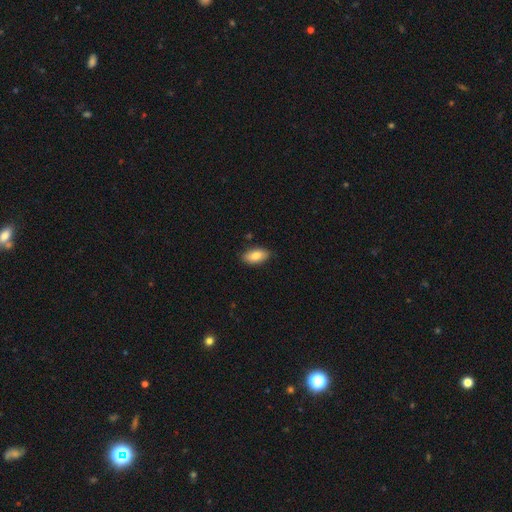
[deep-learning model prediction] Smooth or featured? Predicted: smooth (p=0.83). How rounded? Predicted: in between (p=0.92). Merging? Predicted: none (p=0.85).